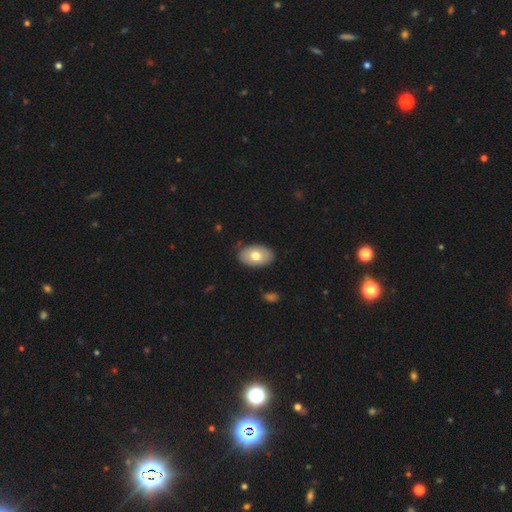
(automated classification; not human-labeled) Overall: smooth (71%). How rounded: in between (91%). Merging: none (84%).